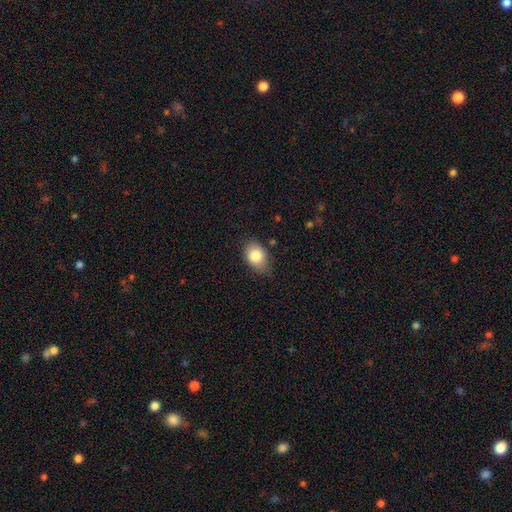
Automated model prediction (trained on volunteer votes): This is clearly a smooth galaxy (84%). How rounded: clearly in between (80%). Merging: likely none (74%).